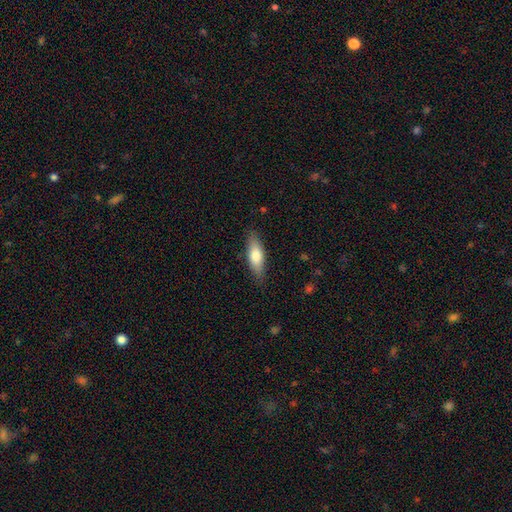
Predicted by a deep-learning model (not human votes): Smooth or featured? smooth (73%)
How rounded? in between (56%)
Merging? none (84%)